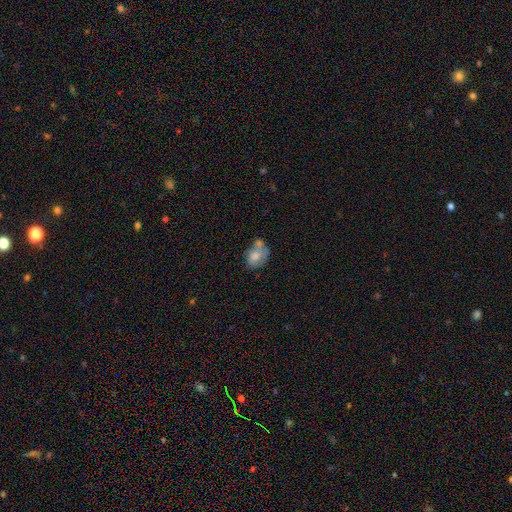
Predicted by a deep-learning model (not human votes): smooth_or_featured: smooth (p=0.72) [alt: featured or disk p=0.20]
how_rounded: in between (p=0.59) [alt: round p=0.40]
merging: none (p=0.34) [alt: merger p=0.33]